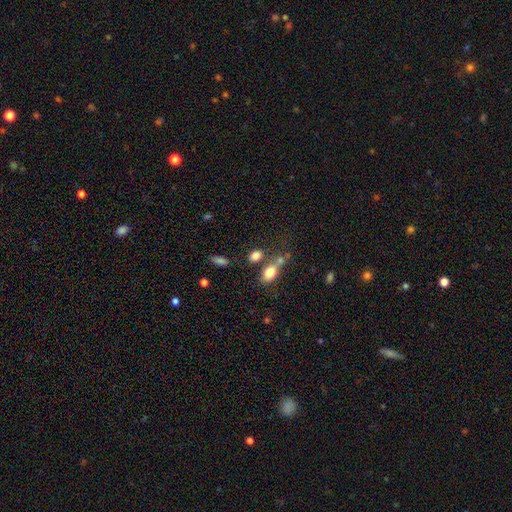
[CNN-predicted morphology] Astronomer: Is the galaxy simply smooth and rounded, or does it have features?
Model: smooth — 80%.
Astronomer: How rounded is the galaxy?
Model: in between — 76%.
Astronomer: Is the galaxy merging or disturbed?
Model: none — 54%.